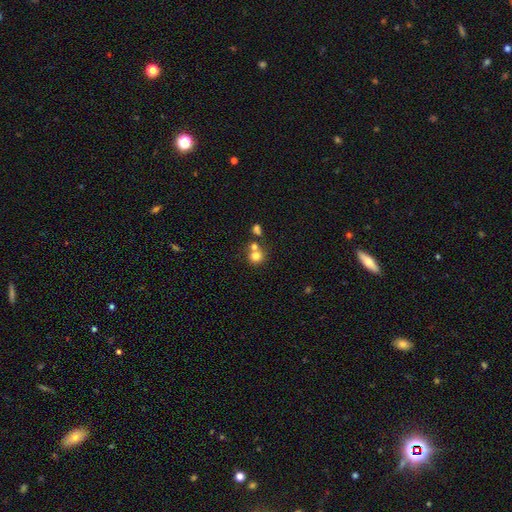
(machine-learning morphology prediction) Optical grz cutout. It shows a smooth galaxy with no disk features (77%) that is round (87%). Merging: none (52%).